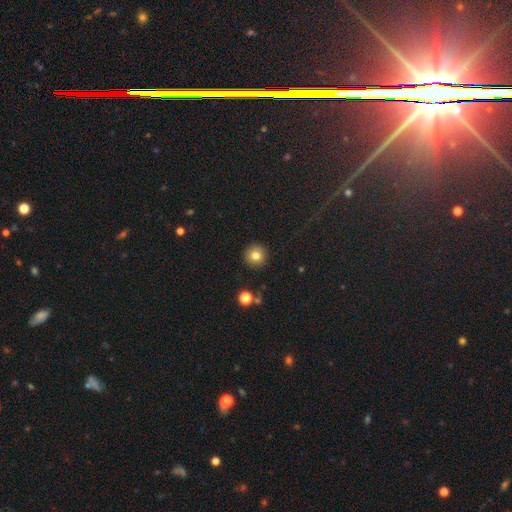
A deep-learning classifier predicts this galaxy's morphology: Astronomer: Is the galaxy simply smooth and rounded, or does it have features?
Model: smooth — 81%.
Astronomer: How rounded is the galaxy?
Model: round — 95%.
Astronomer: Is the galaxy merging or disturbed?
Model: none — 92%.